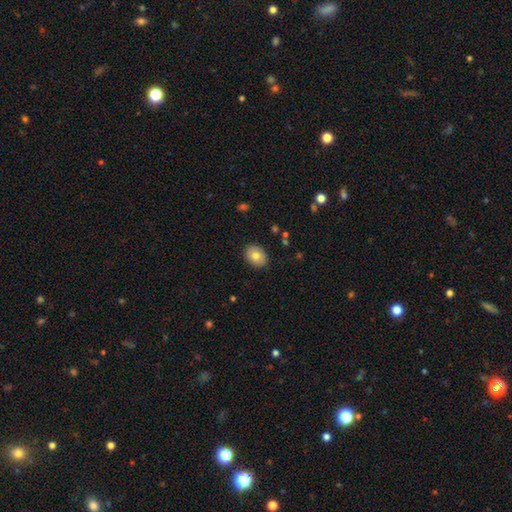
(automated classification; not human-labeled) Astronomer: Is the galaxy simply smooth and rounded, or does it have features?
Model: smooth — 77%.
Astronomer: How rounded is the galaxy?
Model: in between — 68%.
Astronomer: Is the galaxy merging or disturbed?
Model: none — 88%.